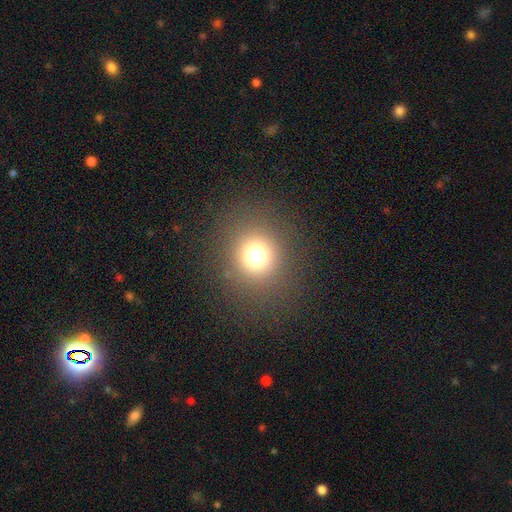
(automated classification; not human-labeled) This is likely a smooth galaxy (72%). How rounded: clearly round (81%). Merging: clearly none (89%).